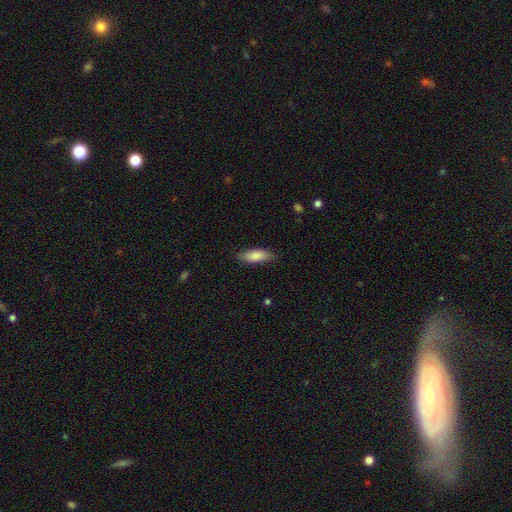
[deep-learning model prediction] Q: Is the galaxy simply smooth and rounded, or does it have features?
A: smooth — 85%.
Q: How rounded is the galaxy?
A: in between — 66%.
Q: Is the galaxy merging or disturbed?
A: none — 84%.